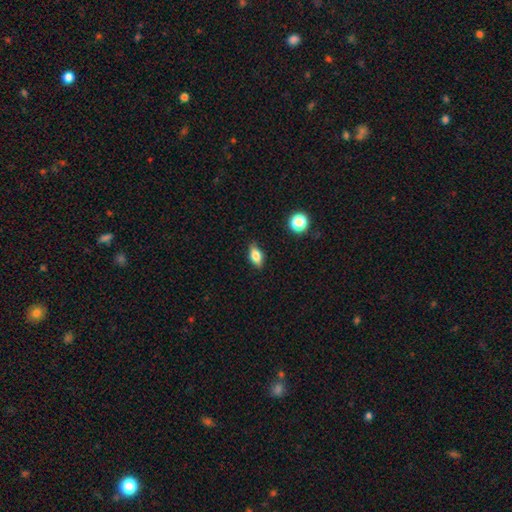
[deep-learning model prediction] A smooth galaxy with no disk features (73%) that is in between round and cigar-shaped (81%). Merging: none (84%).